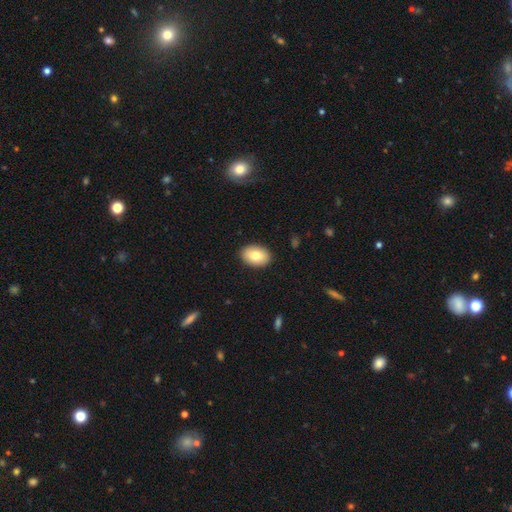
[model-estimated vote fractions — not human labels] smooth-or-featured: smooth: 80% | featured or disk: 13% | star or artifact: 7%
  how-rounded: in between: 84% | round: 15% | cigar-shaped: 1%
  merging: none: 90% | minor disturbance: 8% | major disturbance: 2% | merger: 1%